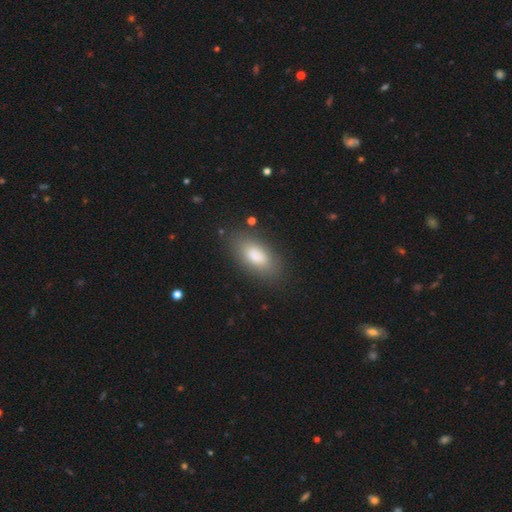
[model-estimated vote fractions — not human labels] A smooth galaxy with no disk features (81%) that is in between round and cigar-shaped (89%).

Vote fractions:
- Smooth or featured? smooth: 81% / featured or disk: 11% / star or artifact: 8%
- How rounded? in between: 89% / cigar-shaped: 8% / round: 4%
- Merging? none: 78% / minor disturbance: 14% / major disturbance: 5% / merger: 2%